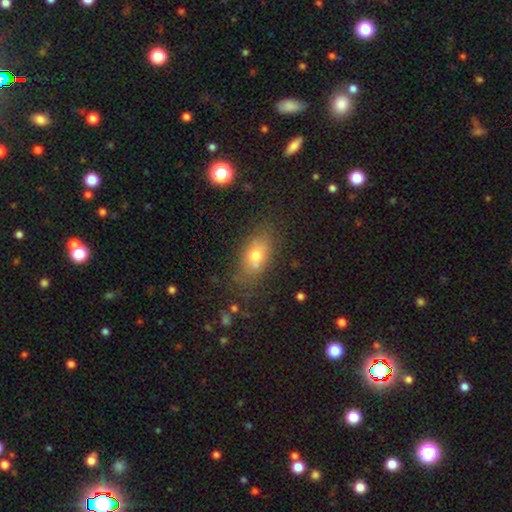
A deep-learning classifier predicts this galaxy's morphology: Smooth or featured?
  - smooth: 69% *
  - featured or disk: 19%
  - star or artifact: 12%
How rounded?
  - in between: 78% *
  - round: 17%
  - cigar-shaped: 6%
Merging?
  - none: 65% *
  - minor disturbance: 18%
  - merger: 9%
  - major disturbance: 8%